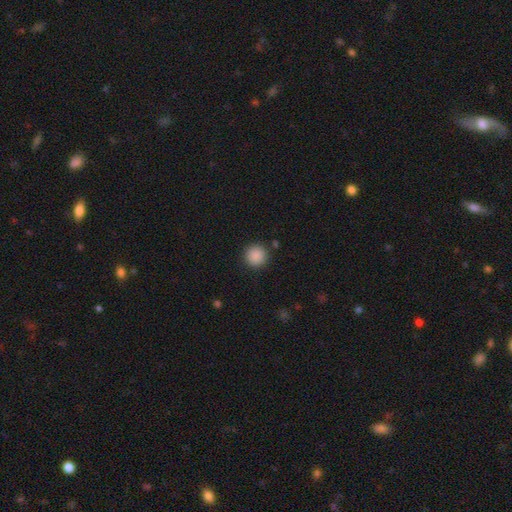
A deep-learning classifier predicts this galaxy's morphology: This is clearly a smooth galaxy (88%). How rounded: clearly round (95%). Merging: clearly none (91%).